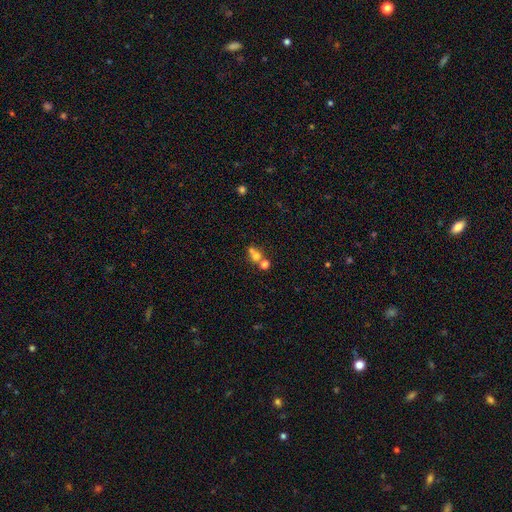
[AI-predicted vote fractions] Smooth or featured? smooth (65%)
How rounded? round (68%)
Merging? merger (53%)